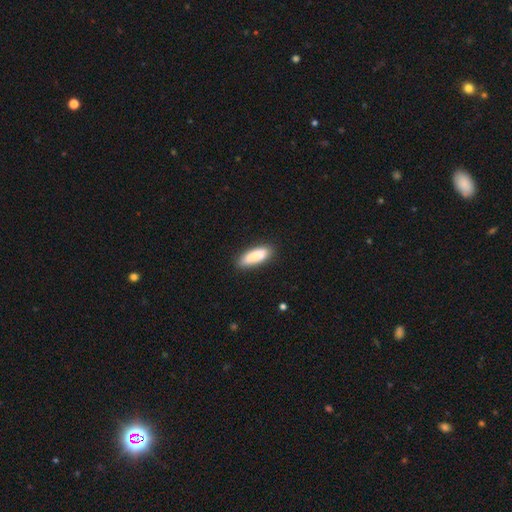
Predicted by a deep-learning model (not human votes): This appears to be a smooth galaxy with no disk features (86%) that is in between round and cigar-shaped (62%). Merging: none (80%).